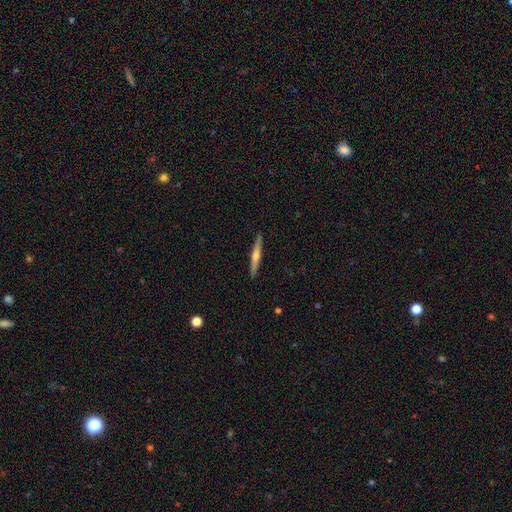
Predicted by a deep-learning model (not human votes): This appears to be a featured or disk galaxy (62%) viewed edge-on (98%) with a rounded central bulge (83%). Merging: none (92%).